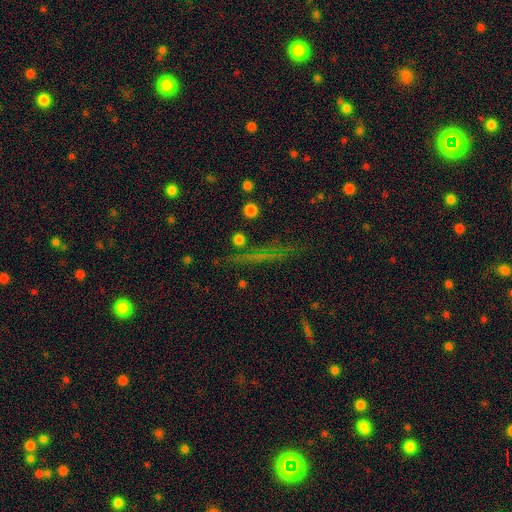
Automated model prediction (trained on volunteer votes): Morphology: type=star or artifact (43%).